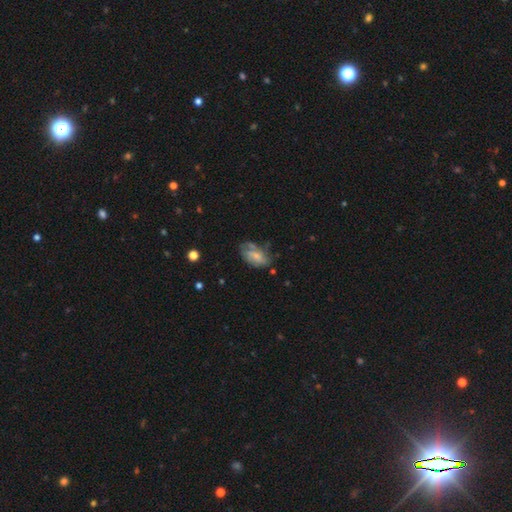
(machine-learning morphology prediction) A smooth galaxy with no disk features (53%) that is in between round and cigar-shaped (91%).

Vote fractions:
- Smooth or featured? smooth: 53% / featured or disk: 39% / star or artifact: 9%
- How rounded? in between: 91% / round: 6% / cigar-shaped: 4%
- Merging? none: 43% / minor disturbance: 31% / major disturbance: 18% / merger: 8%